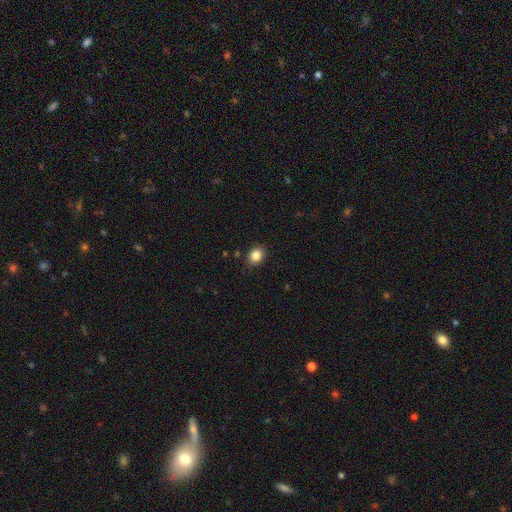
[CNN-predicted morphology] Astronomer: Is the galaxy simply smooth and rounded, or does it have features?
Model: smooth — 86%.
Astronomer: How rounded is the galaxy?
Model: in between — 52% (runner-up: round, 47%).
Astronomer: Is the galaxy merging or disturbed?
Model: none — 86%.